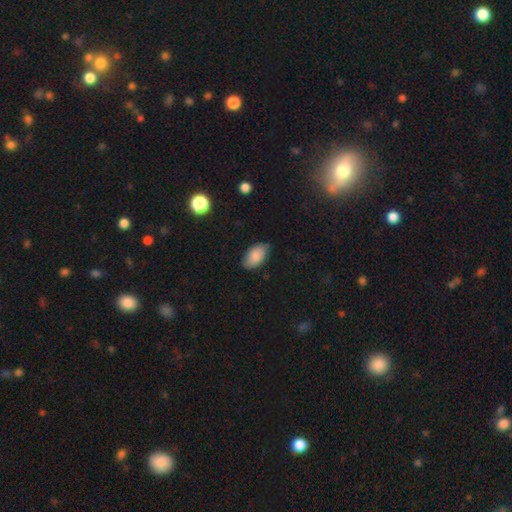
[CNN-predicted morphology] Smooth or featured? smooth (84%)
How rounded? in between (94%)
Merging? none (75%)